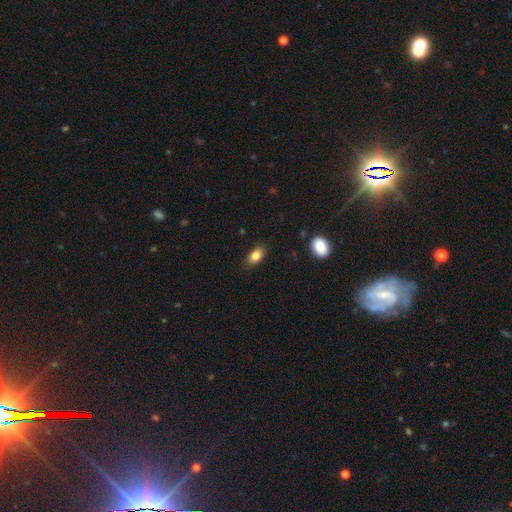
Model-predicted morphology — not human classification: Smooth or featured: smooth — 84% (star or artifact — 9%)
How rounded: in between — 86% (round — 11%)
Merging: none — 84% (minor disturbance — 12%)